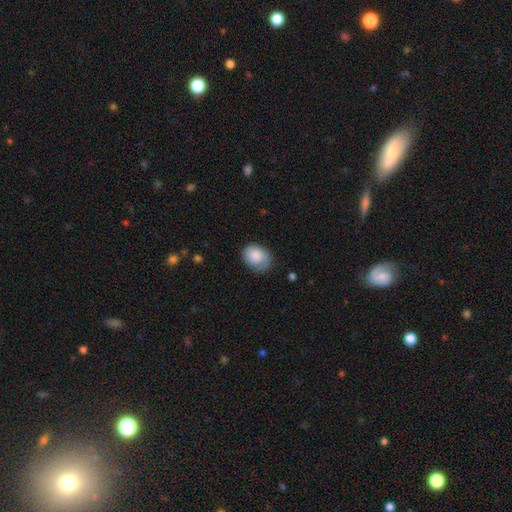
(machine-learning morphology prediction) This appears to be a smooth galaxy with no disk features (75%) that is in between round and cigar-shaped (54%). Merging: none (63%).